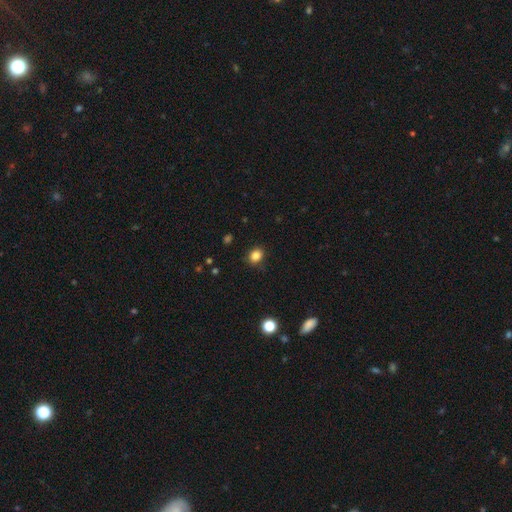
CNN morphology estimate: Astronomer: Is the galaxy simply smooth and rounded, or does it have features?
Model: smooth — 84%.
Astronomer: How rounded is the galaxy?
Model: round — 62%.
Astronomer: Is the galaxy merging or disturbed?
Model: none — 85%.